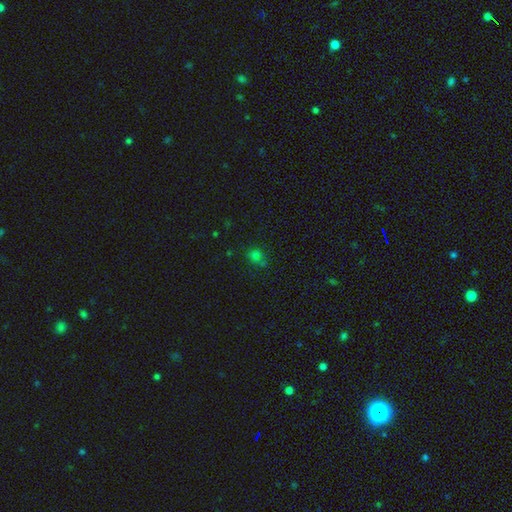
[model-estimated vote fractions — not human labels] A smooth galaxy with no disk features (61%) that is round (55%). Merging: none (57%).